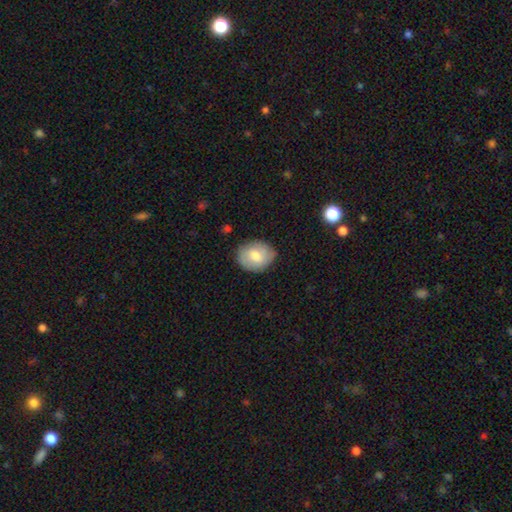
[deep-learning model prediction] The model was most divided on "how rounded": in between: 52%, round: 47%, cigar-shaped: 1%. More confident: merging — none (80%); smooth or featured — smooth (70%).